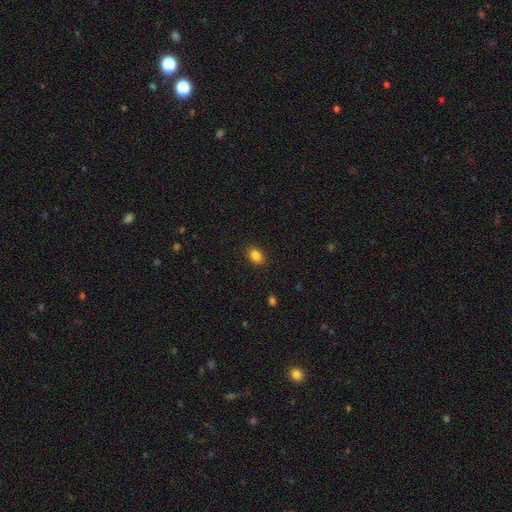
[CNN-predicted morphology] The model was most divided on "how rounded": in between: 80%, round: 19%, cigar-shaped: 2%. More confident: merging — none (89%); smooth or featured — smooth (85%).